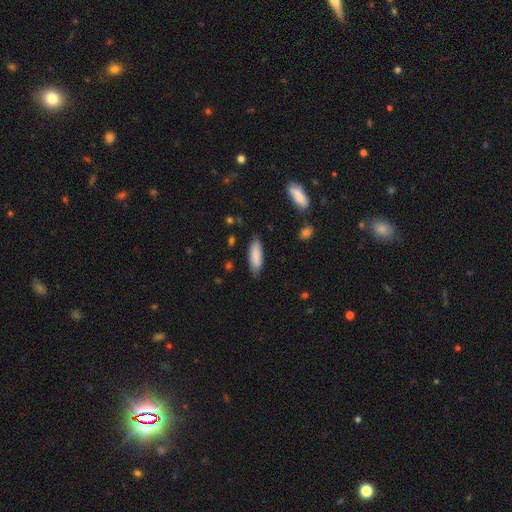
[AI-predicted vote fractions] A smooth galaxy with no disk features (87%) that is in between round and cigar-shaped (59%).

Vote fractions:
- Smooth or featured? smooth: 87% / featured or disk: 7% / star or artifact: 6%
- How rounded? in between: 59% / cigar-shaped: 40% / round: 1%
- Merging? none: 83% / minor disturbance: 13% / major disturbance: 2% / merger: 1%